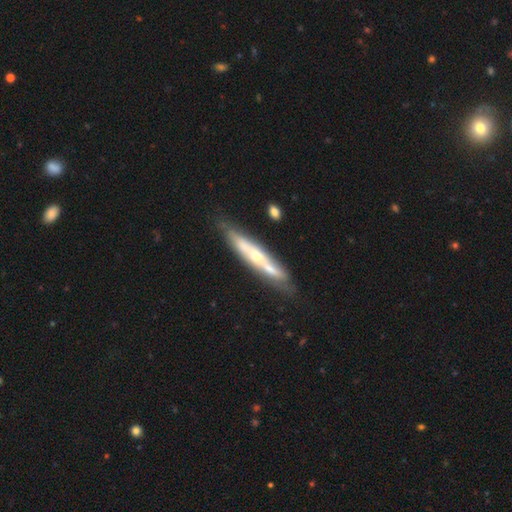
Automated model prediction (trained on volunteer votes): A featured or disk galaxy (68%) viewed edge-on (70%).

Vote fractions:
- Smooth or featured? featured or disk: 68% / smooth: 27% / star or artifact: 5%
- Edge-on disk? yes: 70% / no: 30%
- Merging? none: 68% / minor disturbance: 19% / merger: 8% / major disturbance: 5%